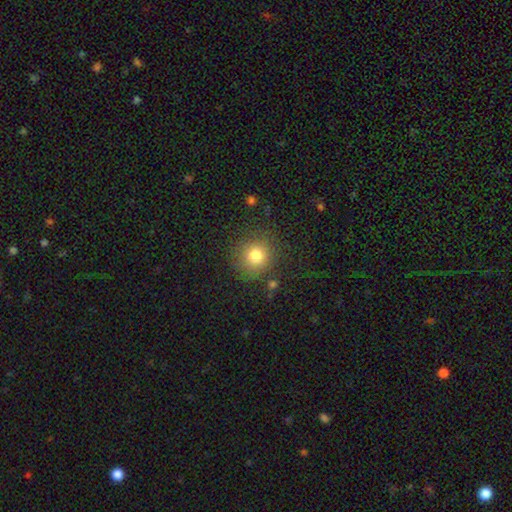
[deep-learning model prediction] smooth 79%, star or artifact 13%, featured or disk 8%. Down the decision tree: how rounded — round (91%); merging — none (84%).